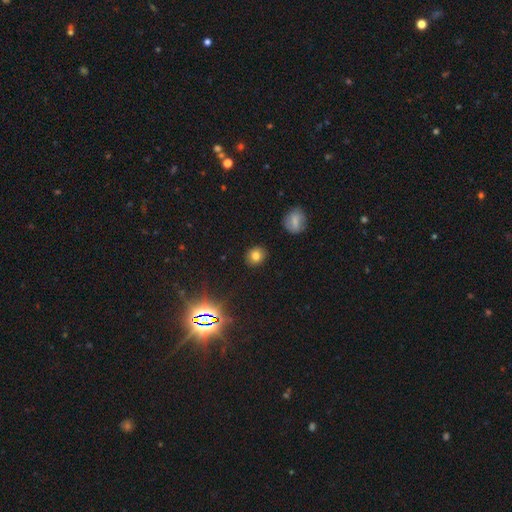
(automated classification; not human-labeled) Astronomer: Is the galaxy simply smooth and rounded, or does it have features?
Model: smooth — 77%.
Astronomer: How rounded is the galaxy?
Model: round — 81%.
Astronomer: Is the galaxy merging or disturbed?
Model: none — 89%.